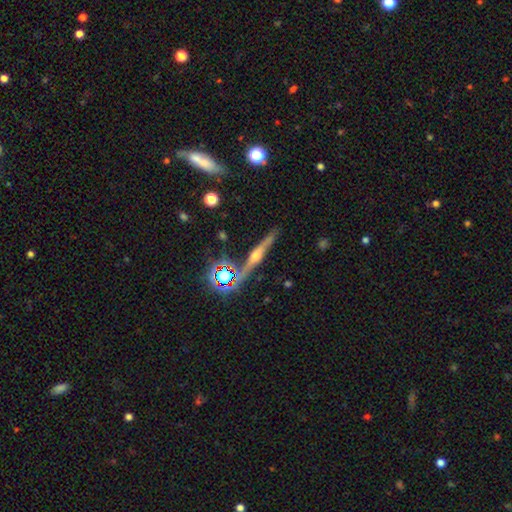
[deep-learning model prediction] Smooth or featured? featured or disk (69%)
Edge-on disk? yes (95%)
Edge-on bulge? rounded (90%)
Merging? none (83%)